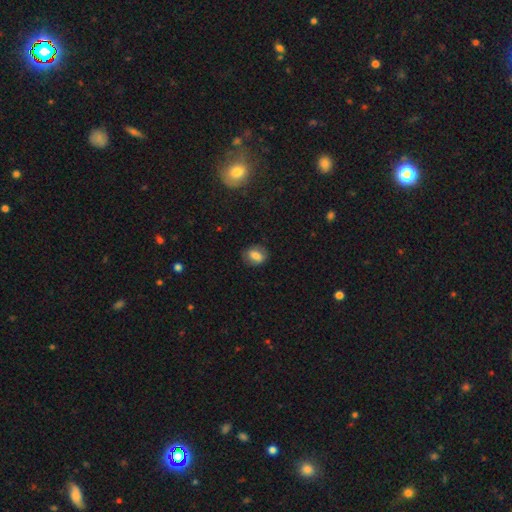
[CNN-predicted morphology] The model was most divided on "how rounded": in between: 65%, round: 33%, cigar-shaped: 2%. More confident: merging — none (80%); smooth or featured — smooth (76%).